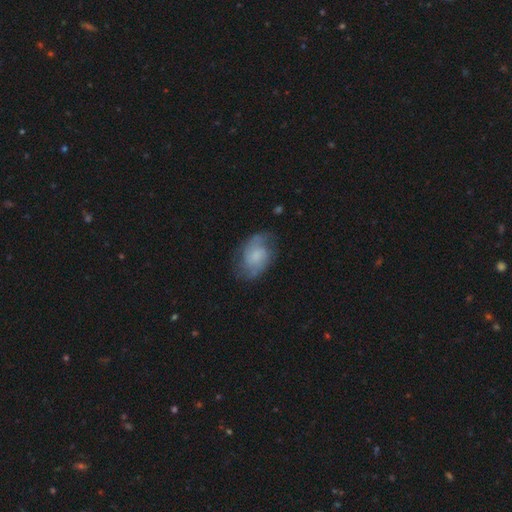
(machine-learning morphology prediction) Smooth or featured: featured or disk — 60% (smooth — 32%)
Edge-on disk: no — 97% (yes — 3%)
Bar: no — 65% (weak — 31%)
Spiral arms: yes — 88% (no — 12%)
Spiral winding: medium — 46% (tight — 29%)
Spiral arm count: 2 — 69% (can't tell — 18%)
Bulge size: small — 35% (moderate — 27%)
Merging: none — 68% (minor disturbance — 21%)